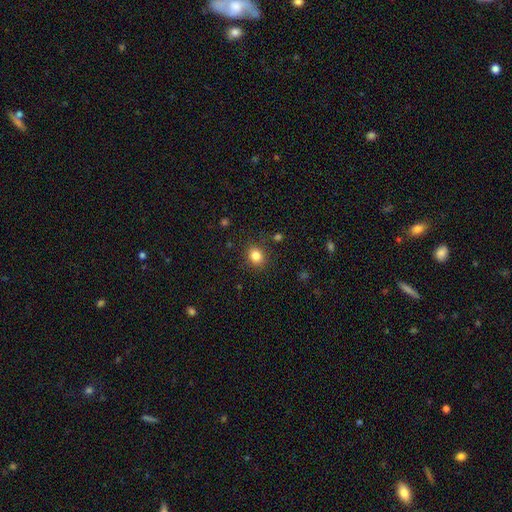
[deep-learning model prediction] A smooth galaxy with no disk features (83%) that is round (70%). Merging: none (86%).